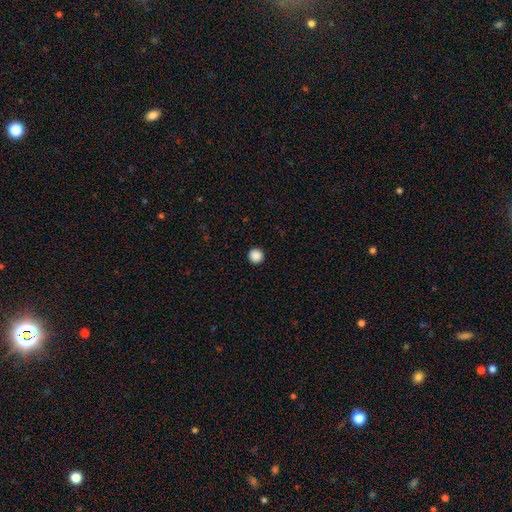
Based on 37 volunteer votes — Smooth or featured: smooth — 92% (featured or disk — 5%)
How rounded: round — 97% (in between — 3%)
Merging: none — 92% (minor disturbance — 6%)